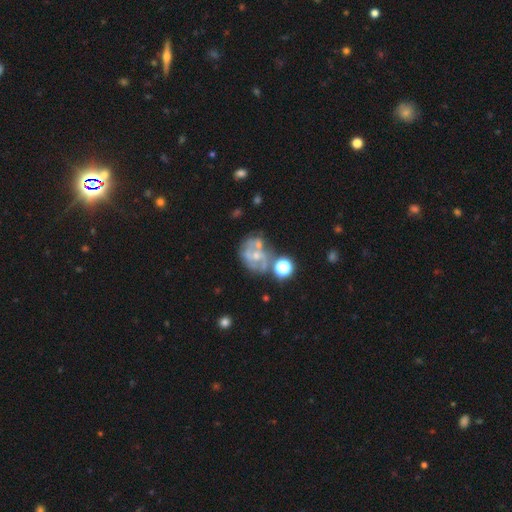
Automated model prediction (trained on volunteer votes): Smooth or featured?
  - featured or disk: 67% *
  - smooth: 20%
  - star or artifact: 13%
Edge-on disk?
  - no: 98% *
  - yes: 2%
Bar?
  - no: 70% *
  - weak: 23%
  - strong: 7%
Spiral arms?
  - yes: 61% *
  - no: 39%
Bulge size?
  - small: 50% *
  - moderate: 39%
  - none: 7%
  - large: 2%
  - dominant: 1%
Merging?
  - none: 39% *
  - merger: 24%
  - minor disturbance: 19%
  - major disturbance: 18%